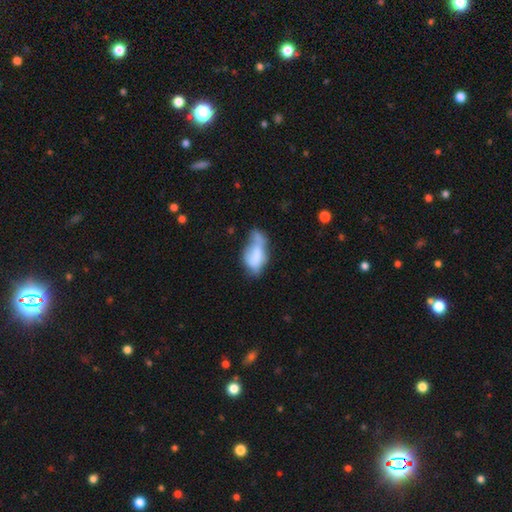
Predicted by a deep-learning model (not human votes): smooth-or-featured: smooth: 65% | featured or disk: 26% | star or artifact: 9%
  how-rounded: in between: 88% | cigar-shaped: 7% | round: 5%
  merging: merger: 30% | minor disturbance: 25% | major disturbance: 24% | none: 21%